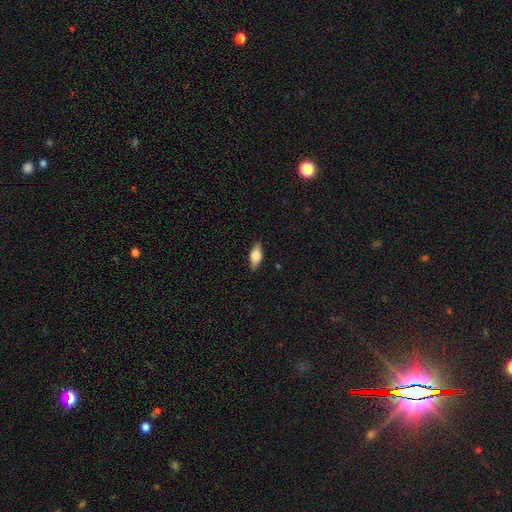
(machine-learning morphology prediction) Smooth or featured? smooth (66%)
How rounded? in between (81%)
Merging? none (88%)